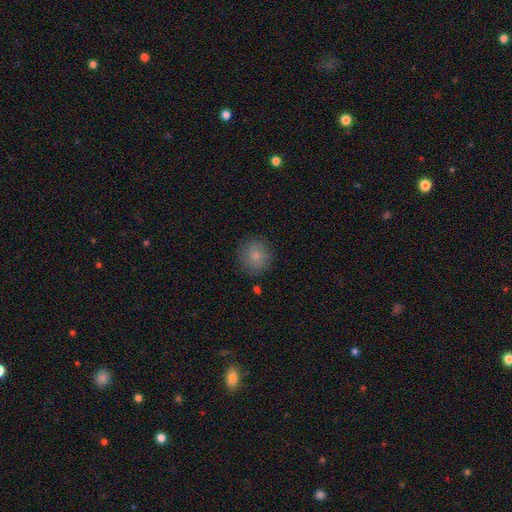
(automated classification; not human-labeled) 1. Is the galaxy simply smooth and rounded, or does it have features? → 72% smooth, 20% featured or disk, 8% star or artifact.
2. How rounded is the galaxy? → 90% round, 9% in between, 1% cigar-shaped.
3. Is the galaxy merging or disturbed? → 82% none, 13% minor disturbance, 4% major disturbance, 2% merger.